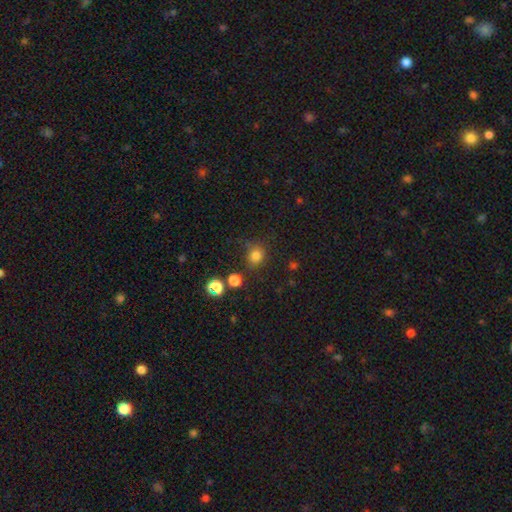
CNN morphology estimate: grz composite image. It shows a smooth galaxy with no disk features (79%) that is round (77%). Merging: none (76%).